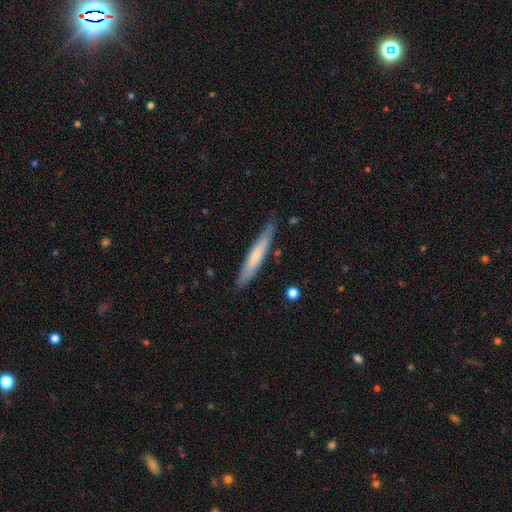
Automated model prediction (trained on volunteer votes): Morphology: type=smooth (61%); roundness=cigar-shaped (94%); merging=none (83%).